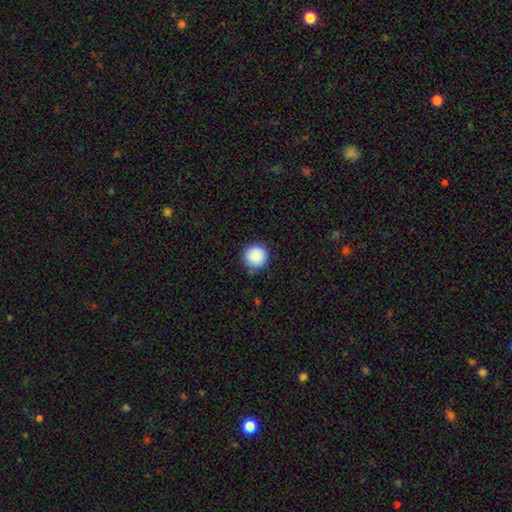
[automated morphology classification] Smooth or featured? smooth (88%)
How rounded? round (96%)
Merging? none (87%)